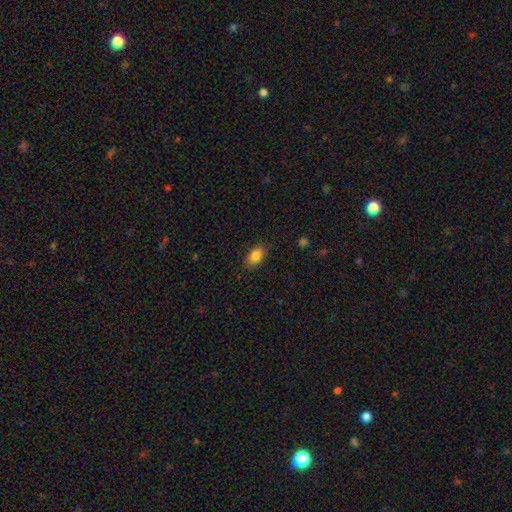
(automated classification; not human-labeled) Smooth or featured?
  - smooth: 85% *
  - star or artifact: 8%
  - featured or disk: 7%
How rounded?
  - in between: 88% *
  - round: 10%
  - cigar-shaped: 2%
Merging?
  - none: 85% *
  - minor disturbance: 11%
  - major disturbance: 3%
  - merger: 1%